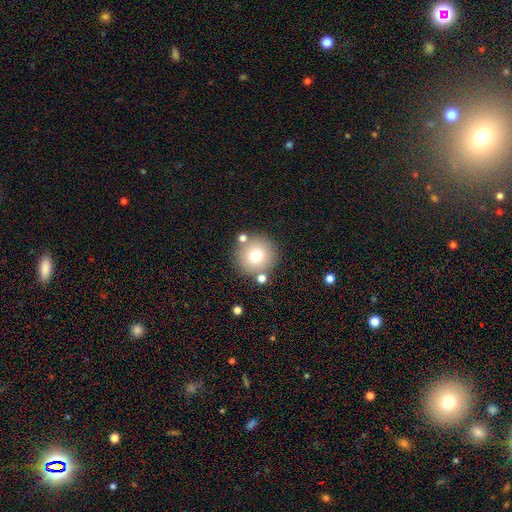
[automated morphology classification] Smooth or featured? Predicted: smooth (p=0.73). How rounded? Predicted: round (p=0.94). Merging? Predicted: none (p=0.81).